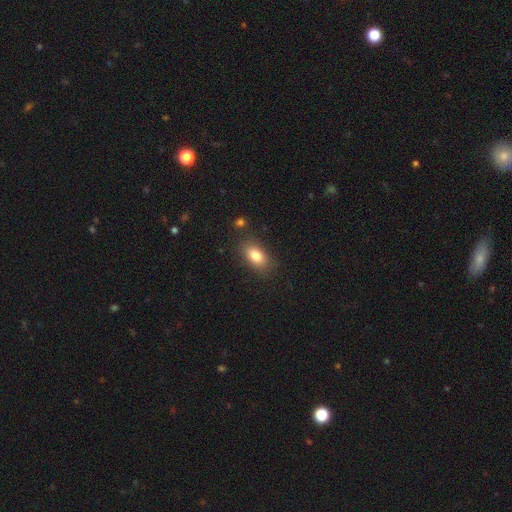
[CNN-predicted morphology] smooth 82%, featured or disk 10%, star or artifact 9%. Down the decision tree: how rounded — in between (87%); merging — none (83%).